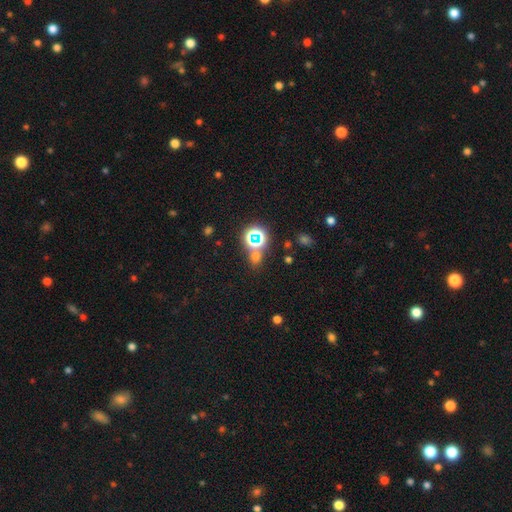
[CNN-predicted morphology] smooth-or-featured: star or artifact: 47% | smooth: 46% | featured or disk: 7%